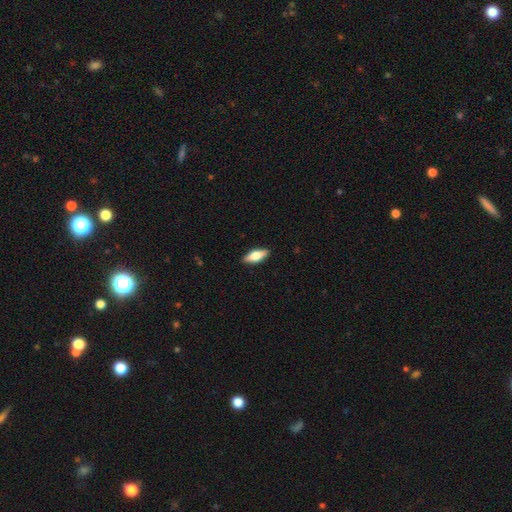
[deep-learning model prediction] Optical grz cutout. It shows a smooth galaxy with no disk features (61%) that is in between round and cigar-shaped (71%). Merging: none (89%).